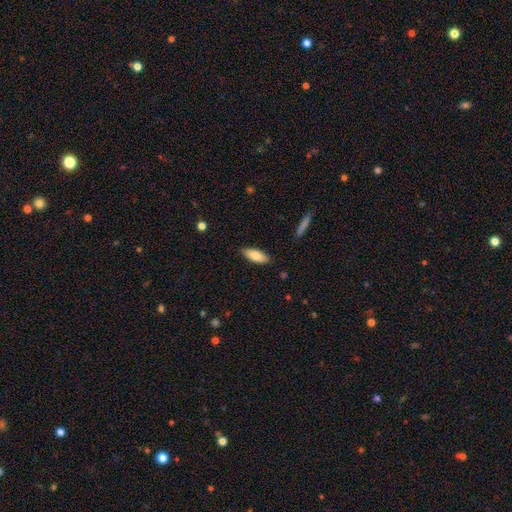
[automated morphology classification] A smooth galaxy with no disk features (79%) that is in between round and cigar-shaped (73%). Merging: none (88%).